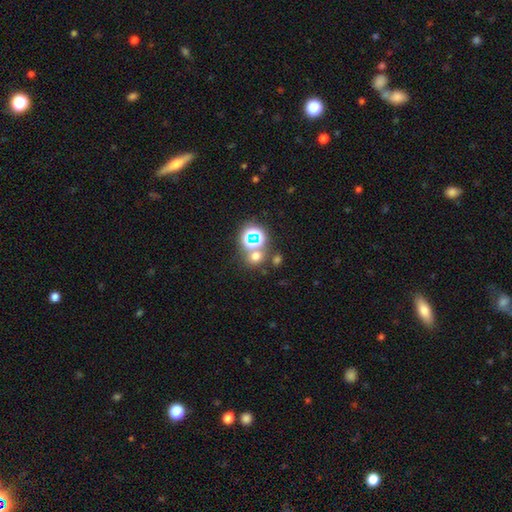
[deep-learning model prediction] Morphology: type=smooth (58%); roundness=round (76%); merging=none (67%).